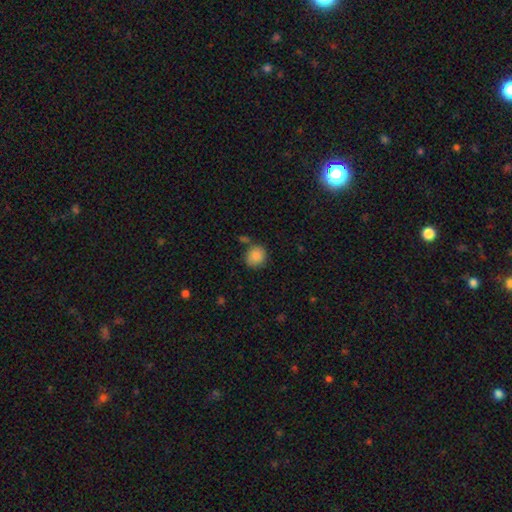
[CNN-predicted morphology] Smooth or featured?
  - smooth: 88% *
  - star or artifact: 9%
  - featured or disk: 4%
How rounded?
  - round: 85% *
  - in between: 14%
  - cigar-shaped: 1%
Merging?
  - none: 77% *
  - minor disturbance: 12%
  - merger: 7%
  - major disturbance: 3%